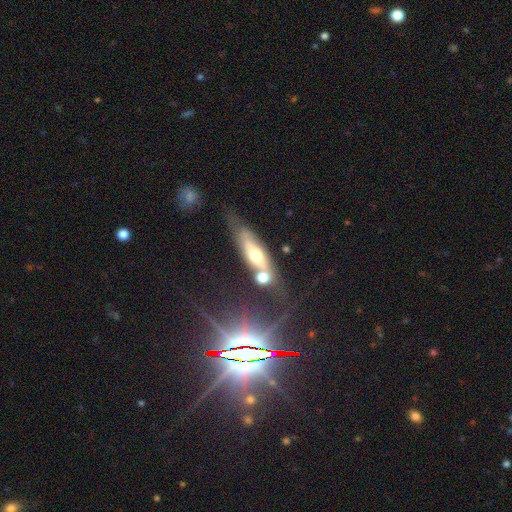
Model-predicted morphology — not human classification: featured or disk 47%, smooth 44%, star or artifact 9%. Down the decision tree: merging — none (51%).